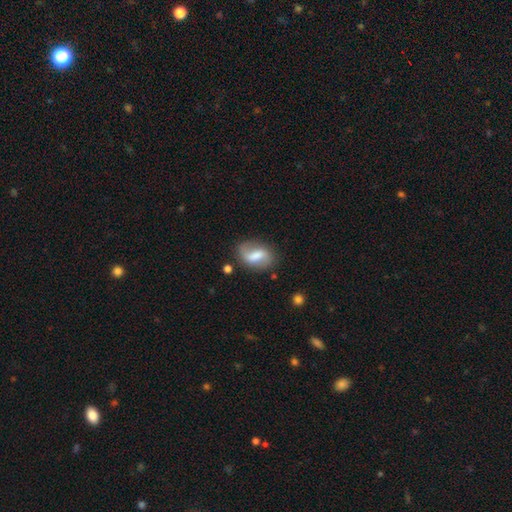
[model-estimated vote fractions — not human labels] A featured or disk galaxy (48%).

Vote fractions:
- Smooth or featured? featured or disk: 48% / smooth: 44% / star or artifact: 8%
- Merging? none: 67% / minor disturbance: 21% / major disturbance: 9% / merger: 3%